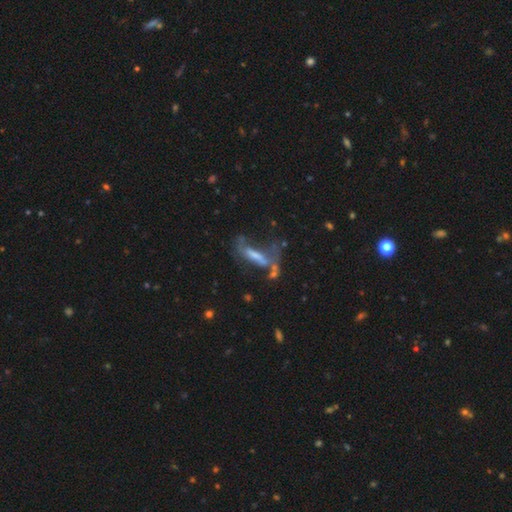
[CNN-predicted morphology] Smooth or featured: featured or disk — 58% (smooth — 28%)
Edge-on disk: no — 67% (yes — 33%)
Merging: none — 34% (major disturbance — 32%)